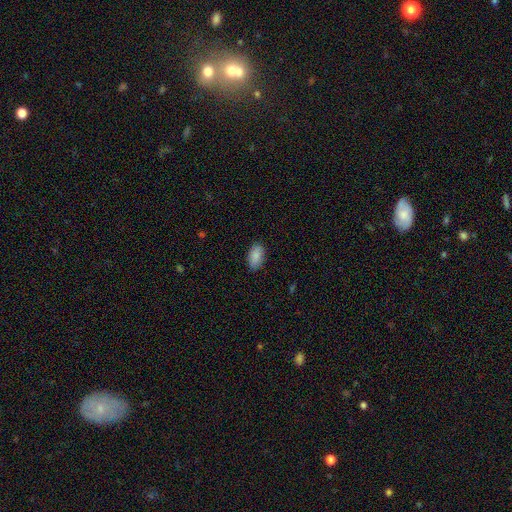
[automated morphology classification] A smooth galaxy with no disk features (89%) that is in between round and cigar-shaped (94%). Merging: none (85%).